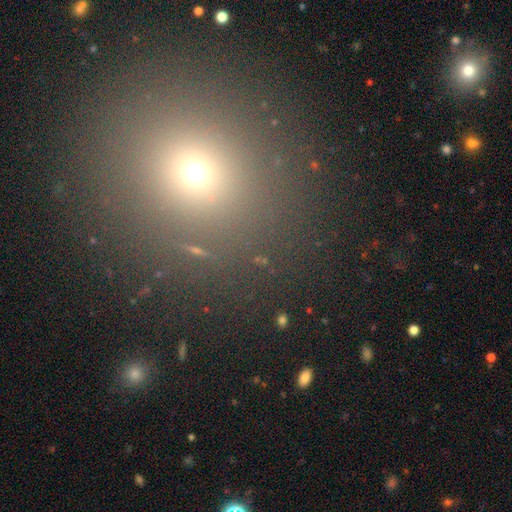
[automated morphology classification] Smooth or featured? smooth (61%)
How rounded? round (86%)
Merging? none (88%)